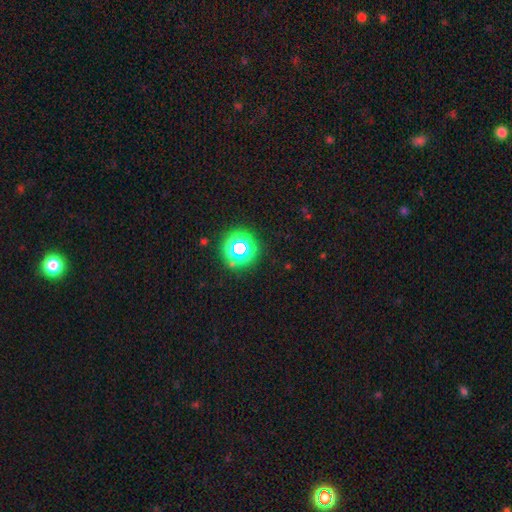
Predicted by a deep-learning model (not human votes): Overall: star or artifact (52%; smooth 42%).